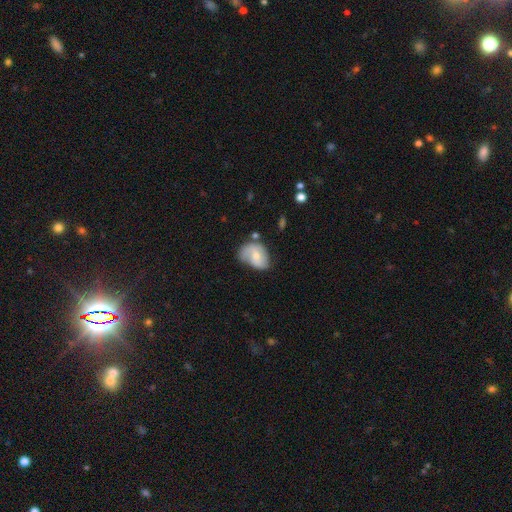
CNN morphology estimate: A featured or disk galaxy (48%). Merging: none (41%).